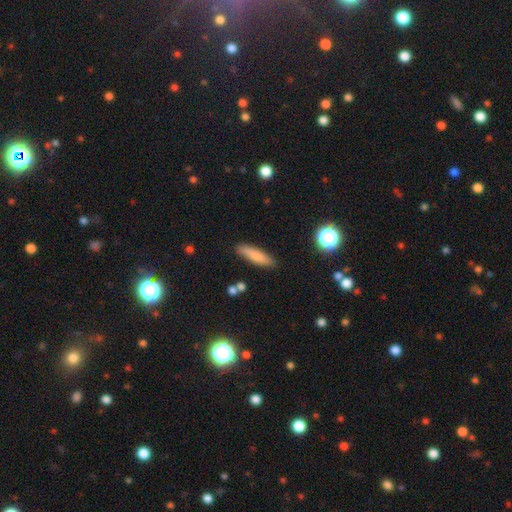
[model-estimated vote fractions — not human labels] A smooth galaxy with no disk features (78%) that is cigar-shaped (74%).

Vote fractions:
- Smooth or featured? smooth: 78% / featured or disk: 14% / star or artifact: 7%
- How rounded? cigar-shaped: 74% / in between: 25% / round: 2%
- Merging? none: 85% / minor disturbance: 10% / merger: 3% / major disturbance: 2%